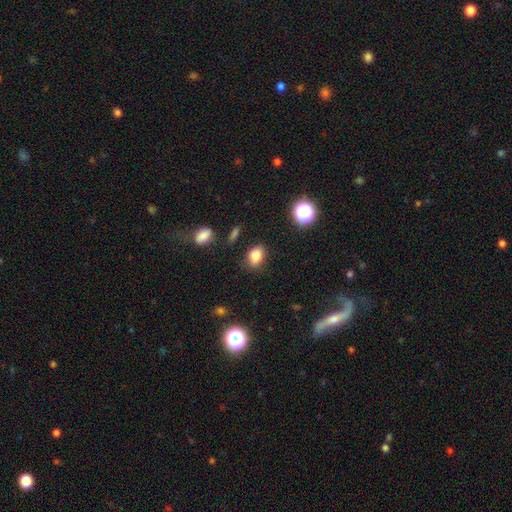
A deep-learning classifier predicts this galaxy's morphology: This is clearly a smooth galaxy (83%). How rounded: likely in between (75%). Merging: likely none (77%).